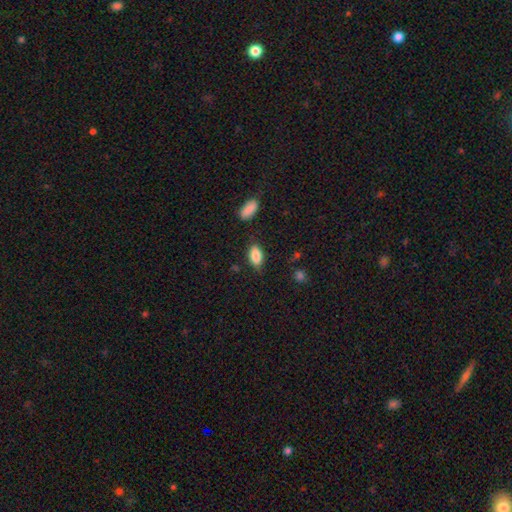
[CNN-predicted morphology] A smooth galaxy with no disk features (85%) that is in between round and cigar-shaped (91%).

Vote fractions:
- Smooth or featured? smooth: 85% / featured or disk: 8% / star or artifact: 7%
- How rounded? in between: 91% / round: 5% / cigar-shaped: 4%
- Merging? none: 77% / minor disturbance: 16% / major disturbance: 4% / merger: 3%